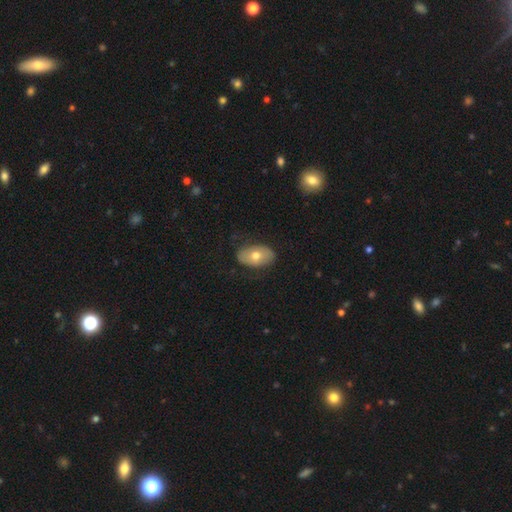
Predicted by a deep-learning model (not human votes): This is likely a smooth galaxy (64%). How rounded: clearly in between (90%). Merging: likely none (79%).